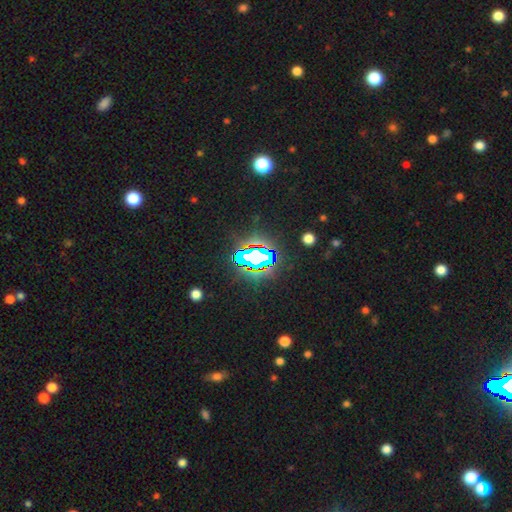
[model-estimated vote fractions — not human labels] Smooth or featured? star or artifact (72%)